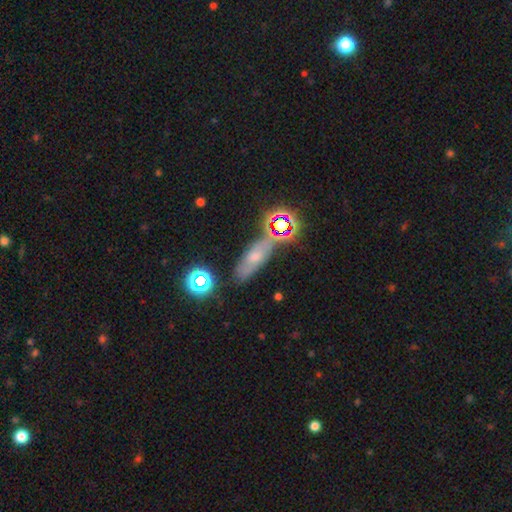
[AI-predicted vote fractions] Smooth or featured? smooth (40%)
Merging? none (68%)